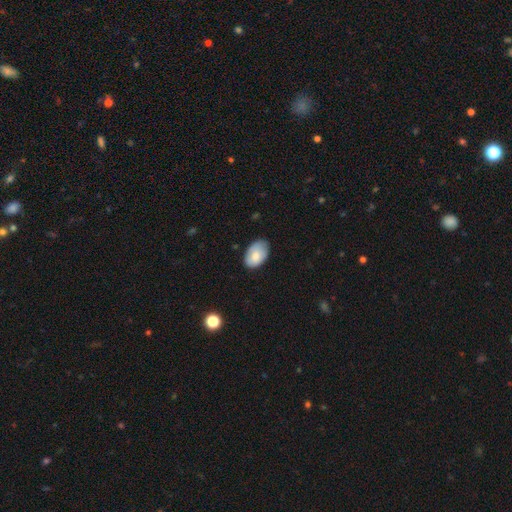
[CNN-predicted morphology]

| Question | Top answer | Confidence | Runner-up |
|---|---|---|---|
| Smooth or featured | smooth | 81% | featured or disk (12%) |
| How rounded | in between | 91% | round (8%) |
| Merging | none | 72% | minor disturbance (23%) |